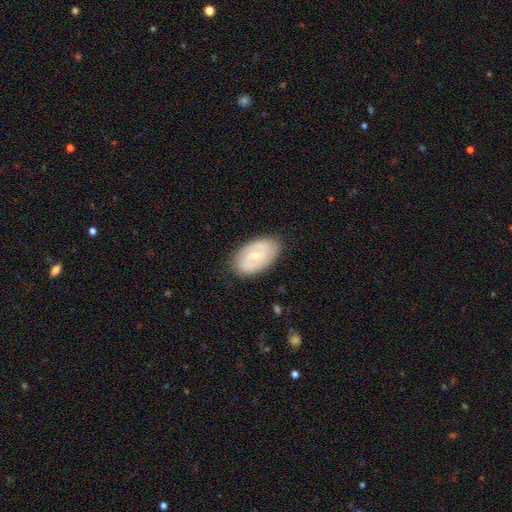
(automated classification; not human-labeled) This is likely a featured or disk galaxy (66%). It is clearly not viewed edge-on (94%). Bar: possibly weak (51%). Spiral arm pattern: likely yes (76%). Central bulge: likely small (61%). Merging: clearly none (83%).